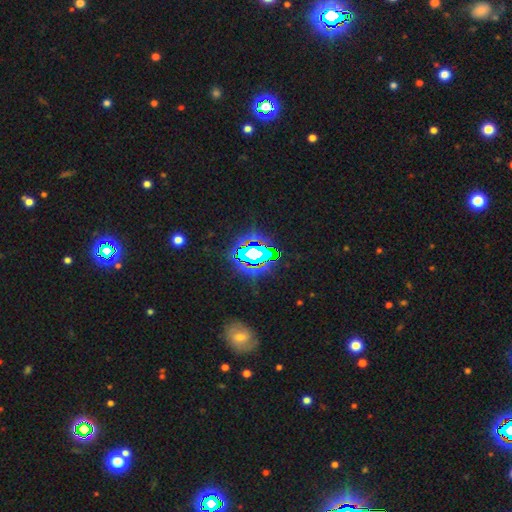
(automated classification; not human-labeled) This appears to be a star or artifact, not a galaxy (73%).